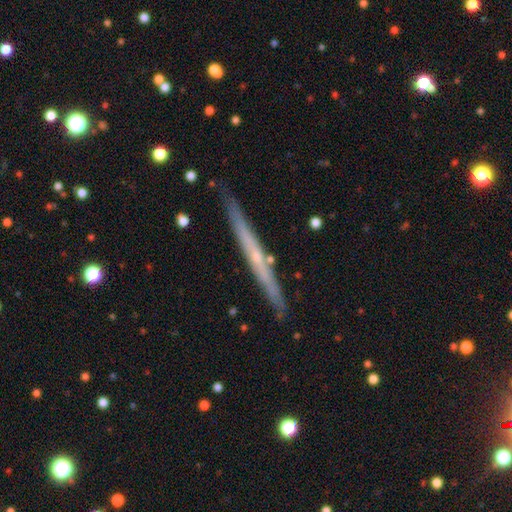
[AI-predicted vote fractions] Overall: featured or disk (64%; smooth 30%). Edge-on disk: yes (96%). Edge-on bulge: none (71%). Merging: none (86%).